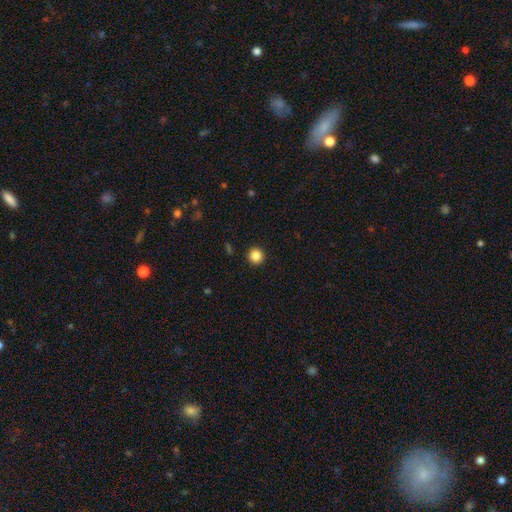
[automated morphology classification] Smooth or featured? Predicted: smooth (p=0.86). How rounded? Predicted: round (p=0.96). Merging? Predicted: none (p=0.93).